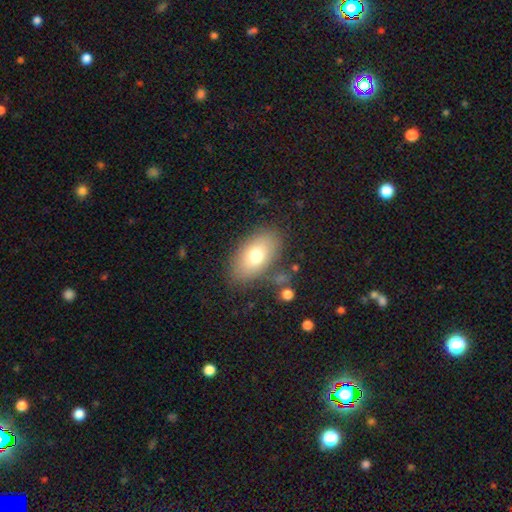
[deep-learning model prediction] Overall: smooth (74%). How rounded: in between (91%). Merging: none (80%).